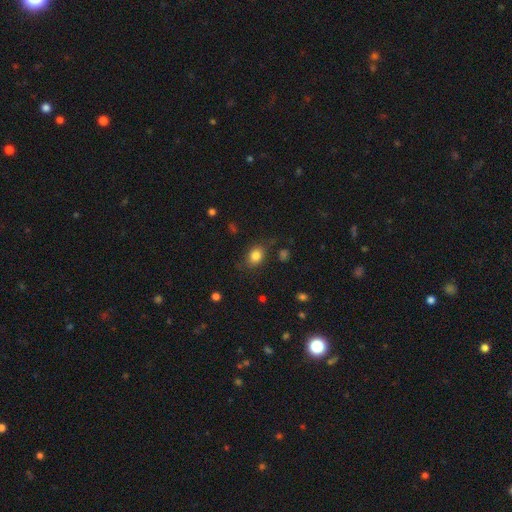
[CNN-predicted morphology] Smooth or featured: smooth — 82% (star or artifact — 10%)
How rounded: in between — 58% (round — 41%)
Merging: none — 75% (minor disturbance — 17%)